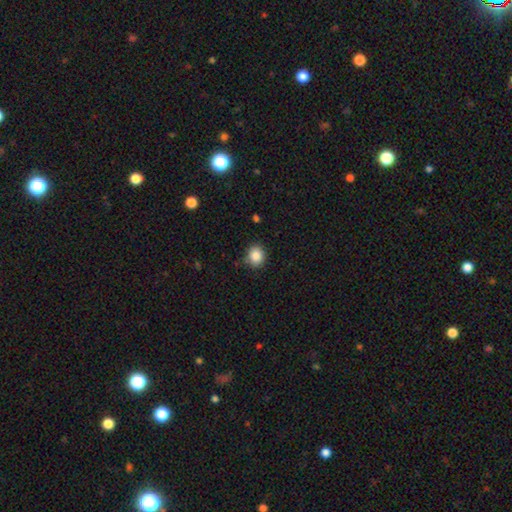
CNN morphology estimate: type=smooth (86%); roundness=round (77%); merging=none (83%).